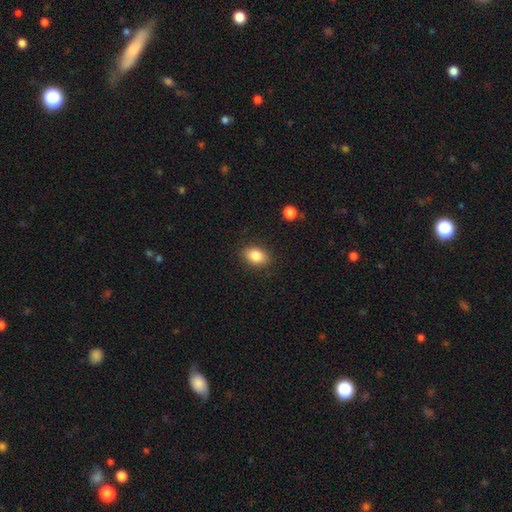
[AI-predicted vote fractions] smooth-or-featured: smooth: 85% | star or artifact: 9% | featured or disk: 7%
  how-rounded: in between: 78% | round: 21% | cigar-shaped: 1%
  merging: none: 87% | minor disturbance: 9% | major disturbance: 3% | merger: 1%